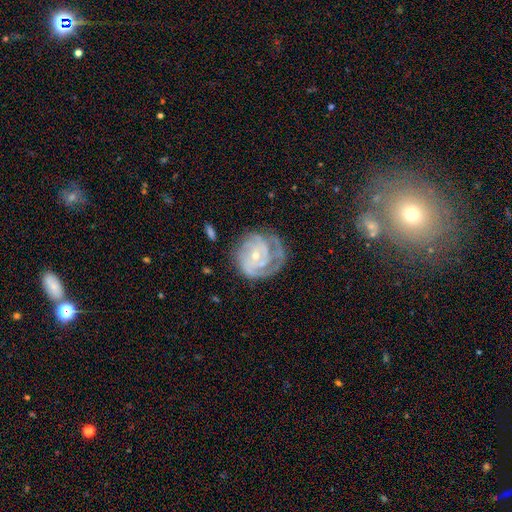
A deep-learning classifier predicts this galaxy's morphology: Smooth or featured? Predicted: featured or disk (p=0.85). Edge-on disk? Predicted: no (p=0.98). Bar? Predicted: no (p=0.69). Spiral arms? Predicted: yes (p=0.94). Spiral winding? Predicted: tight (p=0.69). Spiral arm count? Predicted: 2 (p=0.30). Bulge size? Predicted: small (p=0.67). Merging? Predicted: none (p=0.60).